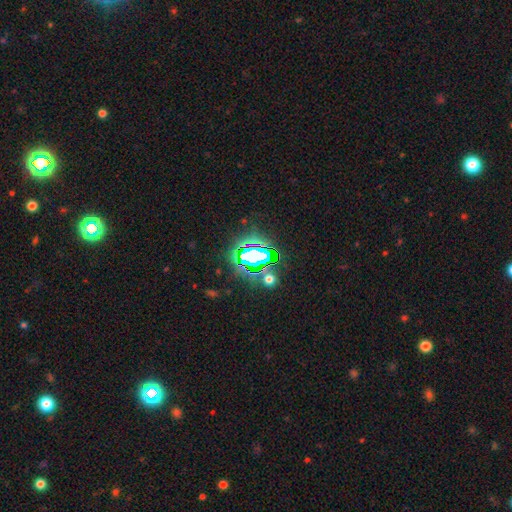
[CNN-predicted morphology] The model was most divided on "smooth or featured": star or artifact: 70%, smooth: 18%, featured or disk: 12%.